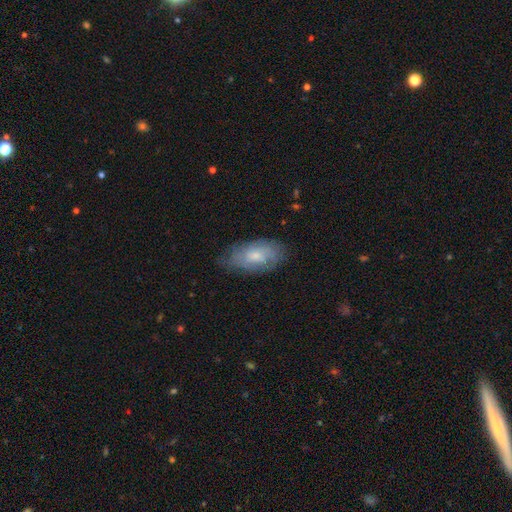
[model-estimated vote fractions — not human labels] Smooth or featured? smooth (48%)
Merging? none (69%)